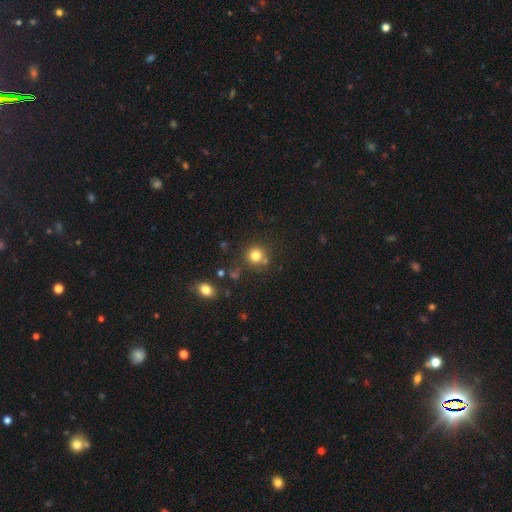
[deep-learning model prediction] Smooth or featured: smooth — 80% (star or artifact — 13%)
How rounded: round — 92% (in between — 7%)
Merging: none — 76% (minor disturbance — 11%)